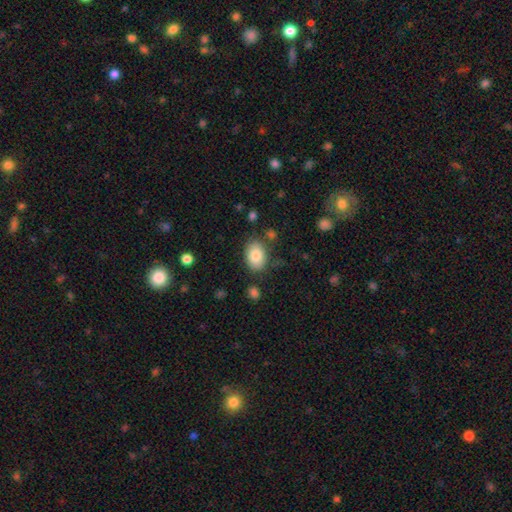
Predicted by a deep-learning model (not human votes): Q: Smooth or featured?
A: smooth (83%); runner-up: featured or disk (9%)
Q: How rounded?
A: in between (85%); runner-up: round (14%)
Q: Merging?
A: none (78%); runner-up: minor disturbance (15%)